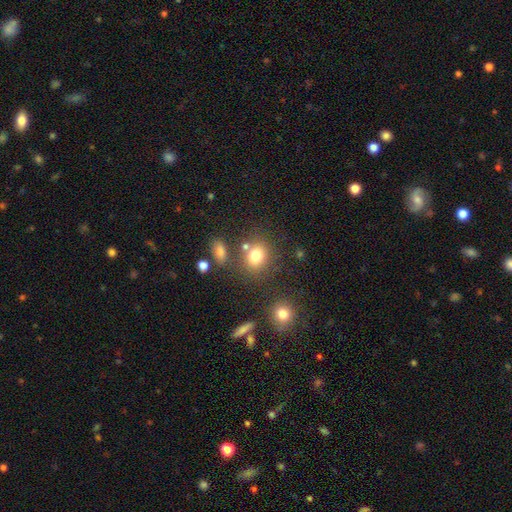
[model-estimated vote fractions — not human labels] Smooth or featured?
  - smooth: 78% *
  - star or artifact: 13%
  - featured or disk: 9%
How rounded?
  - round: 58% *
  - in between: 41%
  - cigar-shaped: 1%
Merging?
  - none: 67% *
  - merger: 15%
  - minor disturbance: 13%
  - major disturbance: 5%